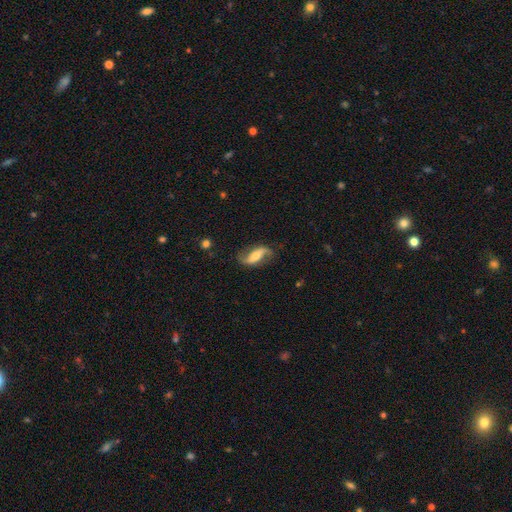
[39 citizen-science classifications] Q: Smooth or featured?
A: featured or disk (87%); runner-up: smooth (13%)
Q: Edge-on disk?
A: no (100%)
Q: Bar?
A: weak (47%); runner-up: no (32%)
Q: Spiral arms?
A: yes (85%); runner-up: no (15%)
Q: Spiral winding?
A: loose (86%); runner-up: medium (10%)
Q: Spiral arm count?
A: 2 (90%); runner-up: 1 (10%)
Q: Bulge size?
A: small (53%); runner-up: moderate (41%)
Q: Merging?
A: none (77%); runner-up: minor disturbance (18%)